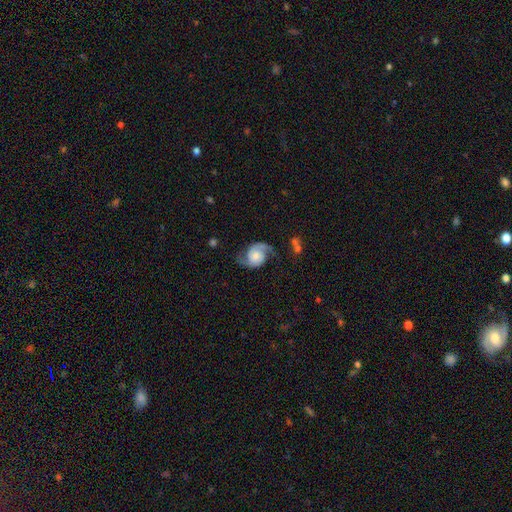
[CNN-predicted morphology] Smooth or featured?
  - featured or disk: 85% *
  - smooth: 9%
  - star or artifact: 6%
Edge-on disk?
  - no: 98% *
  - yes: 2%
Bar?
  - no: 73% *
  - weak: 23%
  - strong: 5%
Spiral arms?
  - yes: 97% *
  - no: 3%
Spiral winding?
  - medium: 46% *
  - loose: 37%
  - tight: 17%
Spiral arm count?
  - 2: 92% *
  - 1: 4%
  - can't tell: 2%
  - 3: 1%
  - 4: 1%
  - more than 4: 1%
Bulge size?
  - moderate: 35% *
  - small: 29%
  - large: 19%
  - none: 13%
  - dominant: 5%
Merging?
  - none: 69% *
  - minor disturbance: 18%
  - major disturbance: 10%
  - merger: 2%